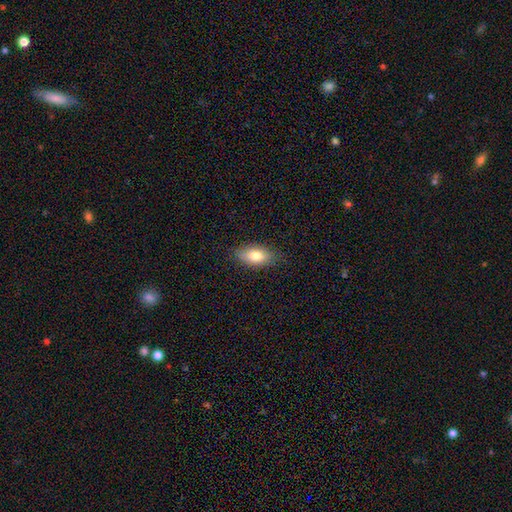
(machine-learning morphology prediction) Q: Smooth or featured?
A: smooth (78%); runner-up: featured or disk (15%)
Q: How rounded?
A: in between (87%); runner-up: cigar-shaped (9%)
Q: Merging?
A: none (84%); runner-up: minor disturbance (12%)